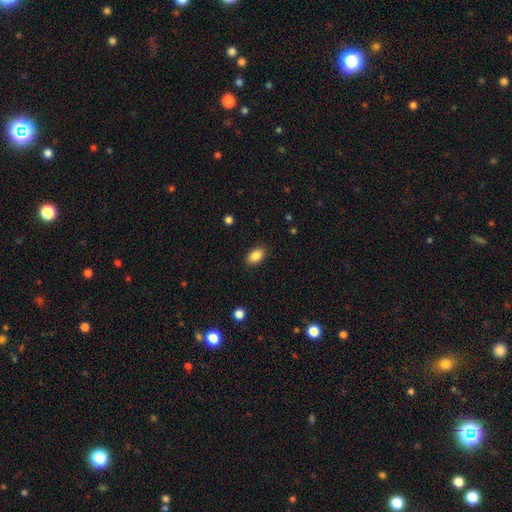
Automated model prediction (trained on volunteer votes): The model was most divided on "merging": none: 87%, minor disturbance: 9%, major disturbance: 2%, merger: 1%. More confident: how rounded — in between (90%); smooth or featured — smooth (87%).